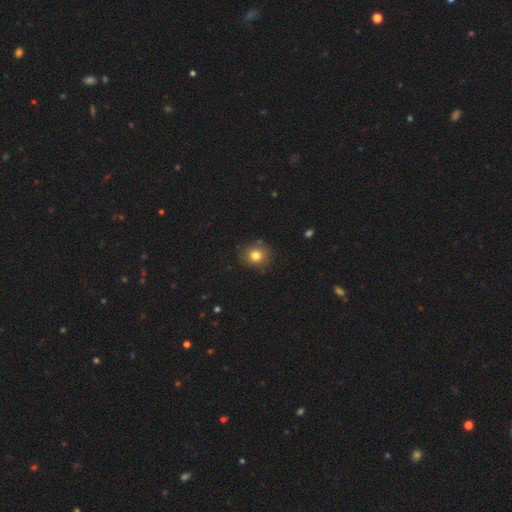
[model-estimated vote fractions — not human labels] Q: Smooth or featured?
A: smooth (79%); runner-up: star or artifact (12%)
Q: How rounded?
A: round (82%); runner-up: in between (17%)
Q: Merging?
A: none (84%); runner-up: minor disturbance (12%)